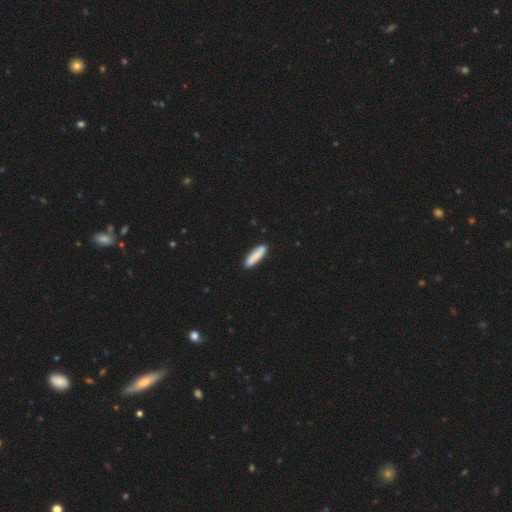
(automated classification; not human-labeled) Smooth or featured: smooth — 84% (featured or disk — 10%)
How rounded: cigar-shaped — 78% (in between — 20%)
Merging: none — 87% (minor disturbance — 10%)